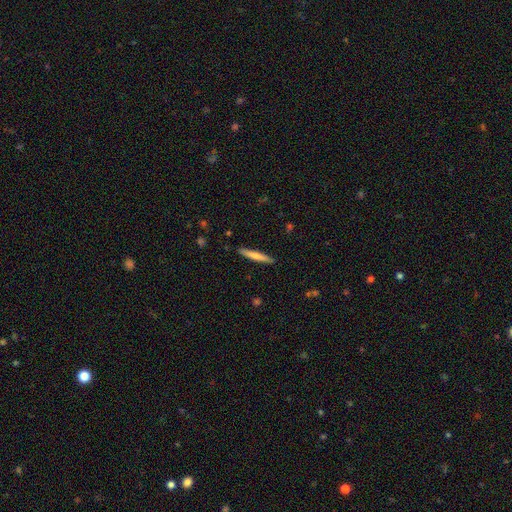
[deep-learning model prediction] Overall: smooth (60%; featured or disk 35%). How rounded: cigar-shaped (94%). Merging: none (91%).